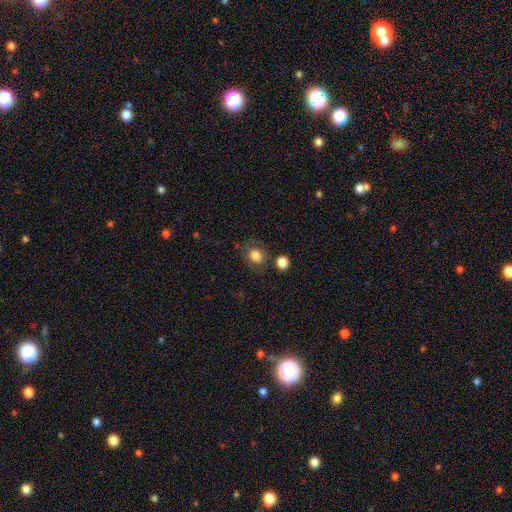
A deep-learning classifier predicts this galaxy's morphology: The model was most divided on "how rounded": round: 57%, in between: 42%, cigar-shaped: 1%. More confident: smooth or featured — smooth (78%); merging — none (69%).